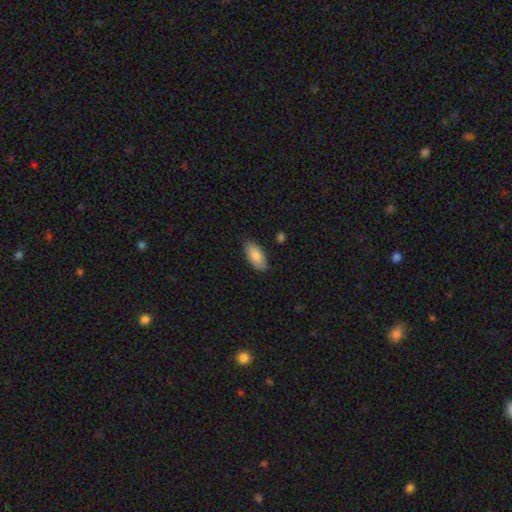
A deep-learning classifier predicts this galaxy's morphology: Smooth or featured? Predicted: smooth (p=0.85). How rounded? Predicted: in between (p=0.91). Merging? Predicted: none (p=0.83).